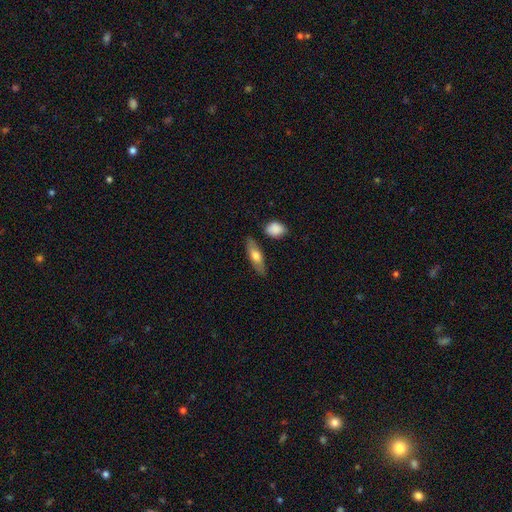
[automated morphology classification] smooth 63%, featured or disk 32%, star or artifact 6%. Down the decision tree: how rounded — in between (53%); merging — none (80%).